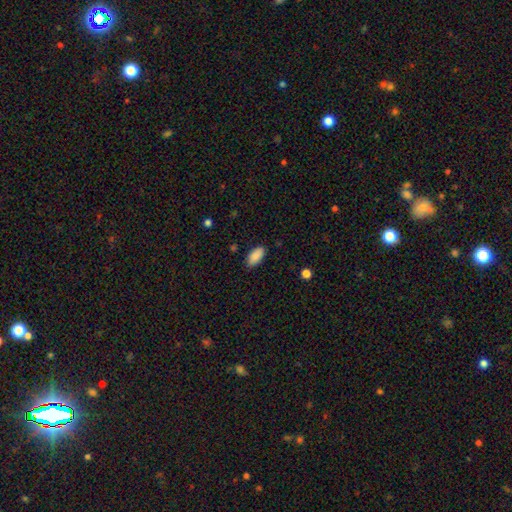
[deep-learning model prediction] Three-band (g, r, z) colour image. It shows a smooth galaxy with no disk features (90%) that is in between round and cigar-shaped (92%). Merging: none (87%).